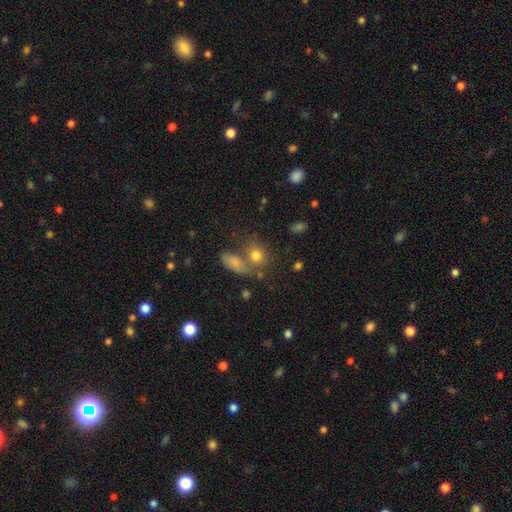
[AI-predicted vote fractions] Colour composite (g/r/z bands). It shows a smooth galaxy with no disk features (76%) that is round (58%). Merging: none (48%).